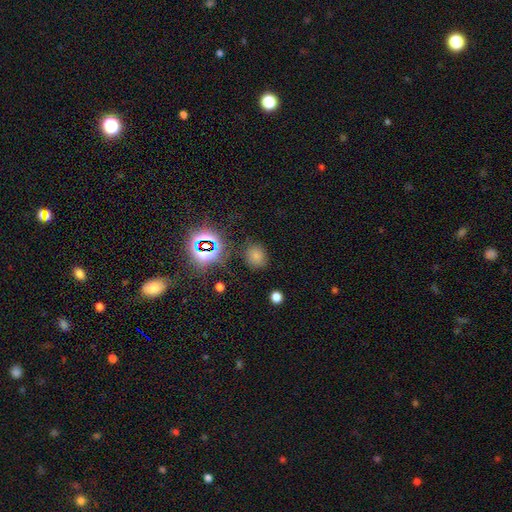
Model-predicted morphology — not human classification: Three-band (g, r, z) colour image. It shows a smooth galaxy with no disk features (66%) that is round (64%). Merging: none (80%).